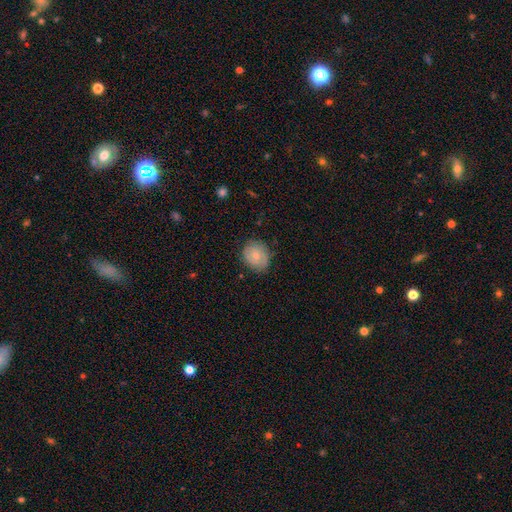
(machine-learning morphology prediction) smooth_or_featured: smooth (p=0.74) [alt: featured or disk p=0.19]
how_rounded: round (p=0.61) [alt: in between p=0.38]
merging: none (p=0.78) [alt: minor disturbance p=0.18]